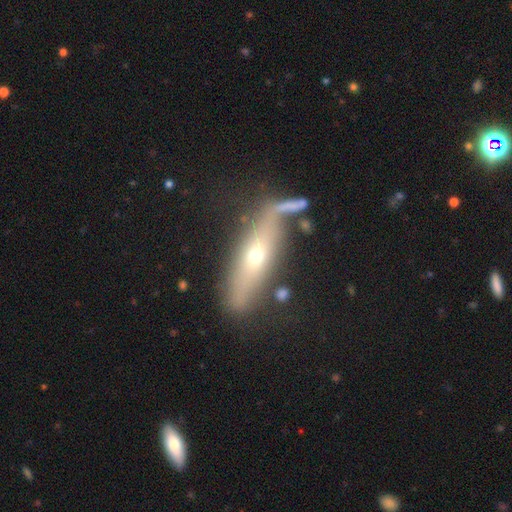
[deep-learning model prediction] Q: Smooth or featured?
A: featured or disk (56%); runner-up: smooth (36%)
Q: Edge-on disk?
A: yes (59%); runner-up: no (41%)
Q: Merging?
A: none (59%); runner-up: minor disturbance (18%)